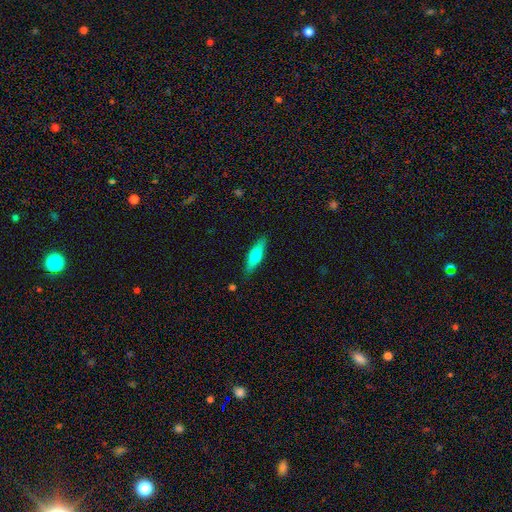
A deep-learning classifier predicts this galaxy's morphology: A smooth galaxy with no disk features (57%) that is cigar-shaped (66%).

Vote fractions:
- Smooth or featured? smooth: 57% / featured or disk: 37% / star or artifact: 6%
- How rounded? cigar-shaped: 66% / in between: 32% / round: 2%
- Merging? none: 87% / minor disturbance: 9% / major disturbance: 2% / merger: 1%